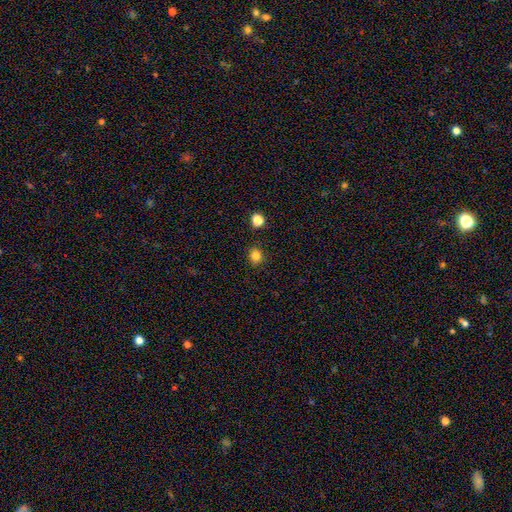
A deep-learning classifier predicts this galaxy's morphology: Q: Smooth or featured?
A: smooth (83%); runner-up: star or artifact (13%)
Q: How rounded?
A: round (78%); runner-up: in between (21%)
Q: Merging?
A: none (88%); runner-up: minor disturbance (8%)